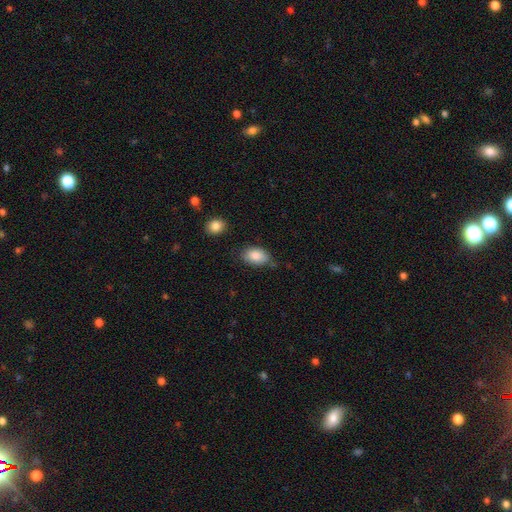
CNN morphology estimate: Smooth or featured? Predicted: smooth (p=0.87). How rounded? Predicted: in between (p=0.89). Merging? Predicted: none (p=0.68).